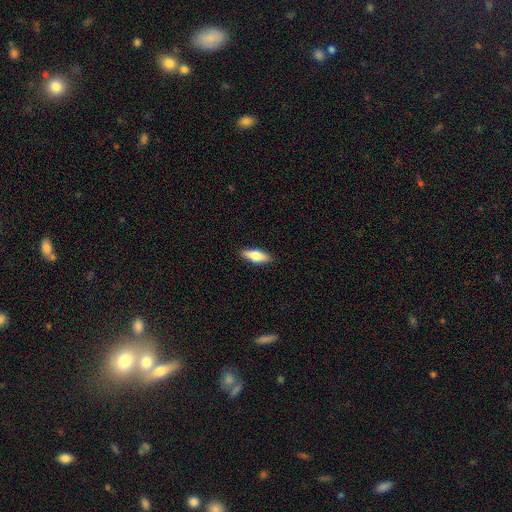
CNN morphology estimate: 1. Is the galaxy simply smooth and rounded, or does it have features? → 74% smooth, 20% featured or disk, 6% star or artifact.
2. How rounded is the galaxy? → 64% in between, 34% cigar-shaped, 2% round.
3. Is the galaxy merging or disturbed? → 89% none, 8% minor disturbance, 2% major disturbance, 1% merger.